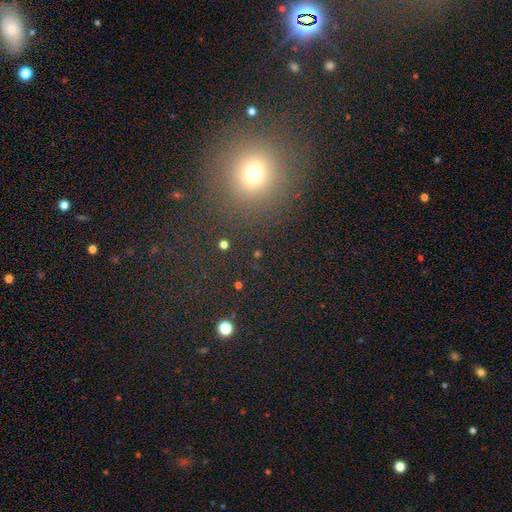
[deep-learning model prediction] smooth 55%, star or artifact 38%, featured or disk 8%. Down the decision tree: how rounded — round (85%); merging — none (85%).